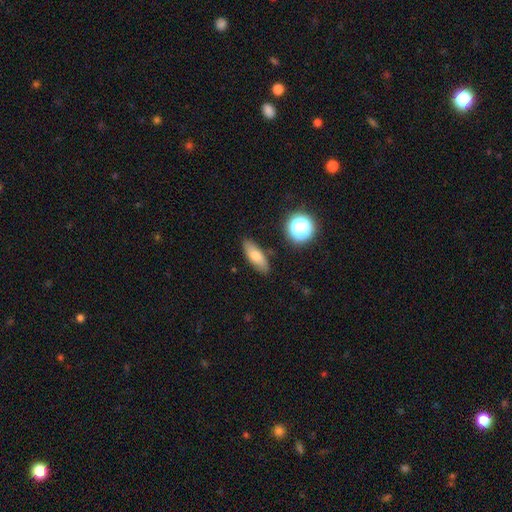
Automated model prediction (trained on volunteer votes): Morphology: type=smooth (71%); roundness=in between (66%); merging=none (82%).